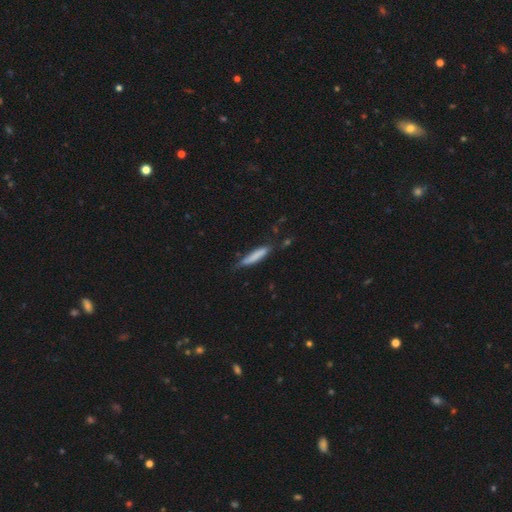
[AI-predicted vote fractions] smooth_or_featured: smooth (p=0.78) [alt: featured or disk p=0.16]
how_rounded: cigar-shaped (p=0.86) [alt: in between p=0.13]
merging: none (p=0.65) [alt: minor disturbance p=0.26]